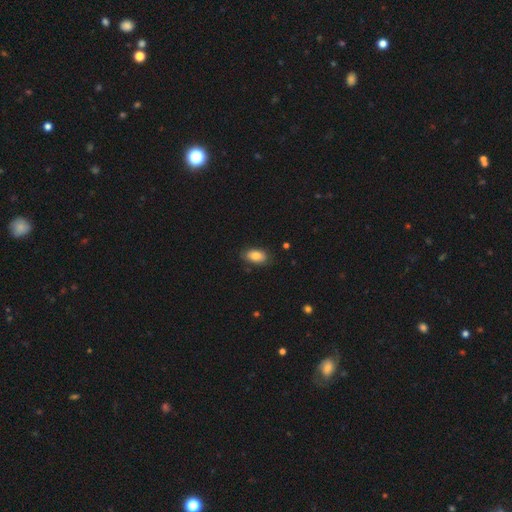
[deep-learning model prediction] Smooth or featured: smooth — 85% (featured or disk — 8%)
How rounded: in between — 92% (round — 5%)
Merging: none — 82% (minor disturbance — 14%)